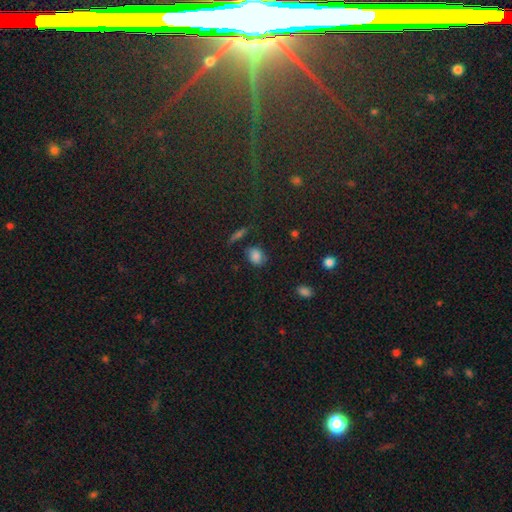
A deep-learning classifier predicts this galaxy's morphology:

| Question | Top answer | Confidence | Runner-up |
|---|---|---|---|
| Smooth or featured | smooth | 81% | star or artifact (12%) |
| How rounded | in between | 58% | round (39%) |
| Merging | none | 69% | minor disturbance (20%) |